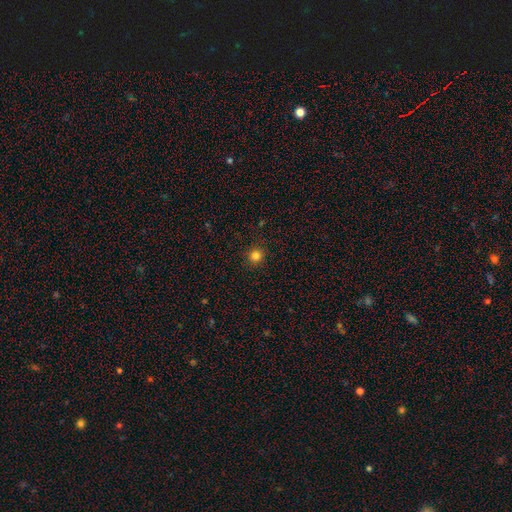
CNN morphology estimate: smooth 83%, star or artifact 13%, featured or disk 4%. Down the decision tree: how rounded — round (92%); merging — none (92%).